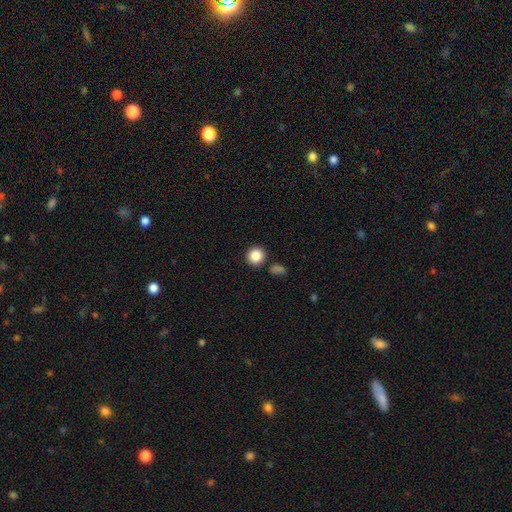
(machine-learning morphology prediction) Smooth or featured: smooth — 86% (star or artifact — 10%)
How rounded: round — 92% (in between — 7%)
Merging: none — 85% (minor disturbance — 8%)